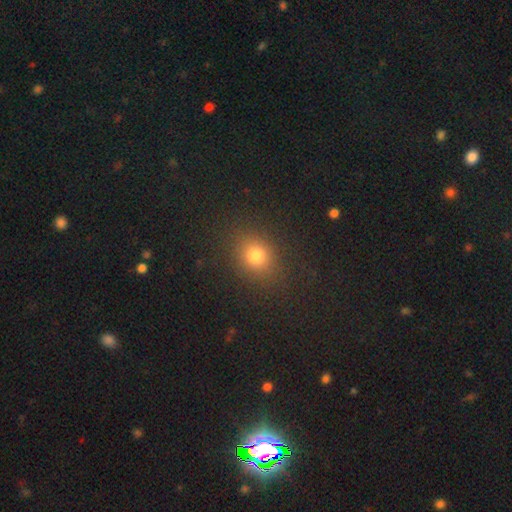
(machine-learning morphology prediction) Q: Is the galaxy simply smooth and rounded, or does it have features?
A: smooth — 76%.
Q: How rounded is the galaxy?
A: round — 69%.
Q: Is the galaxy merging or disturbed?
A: none — 86%.